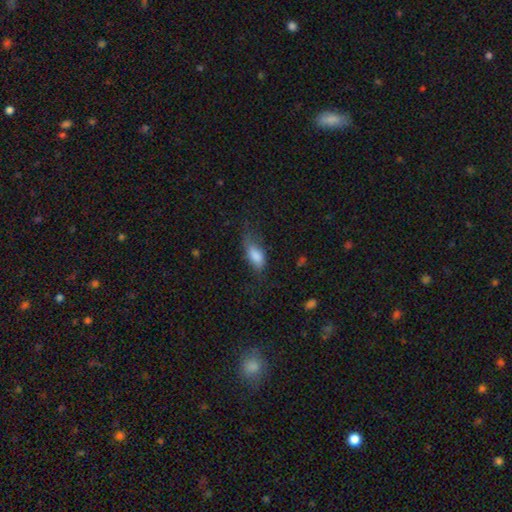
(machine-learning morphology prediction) Smooth or featured: smooth — 77% (featured or disk — 14%)
How rounded: in between — 84% (cigar-shaped — 12%)
Merging: none — 37% (minor disturbance — 32%)